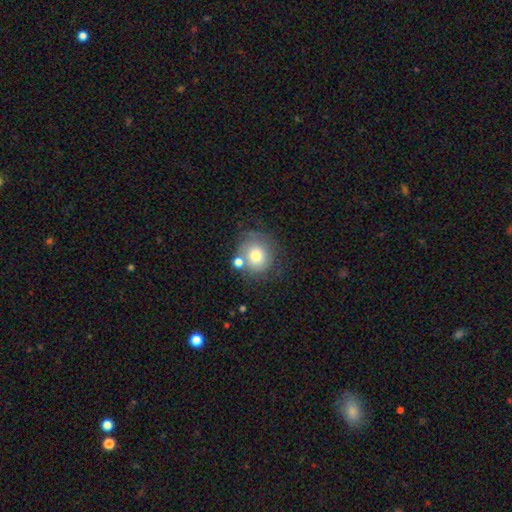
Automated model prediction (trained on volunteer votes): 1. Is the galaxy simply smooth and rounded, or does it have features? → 69% smooth, 21% featured or disk, 10% star or artifact.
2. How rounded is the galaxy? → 86% round, 13% in between, 1% cigar-shaped.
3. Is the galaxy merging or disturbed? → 57% none, 18% merger, 16% minor disturbance, 8% major disturbance.